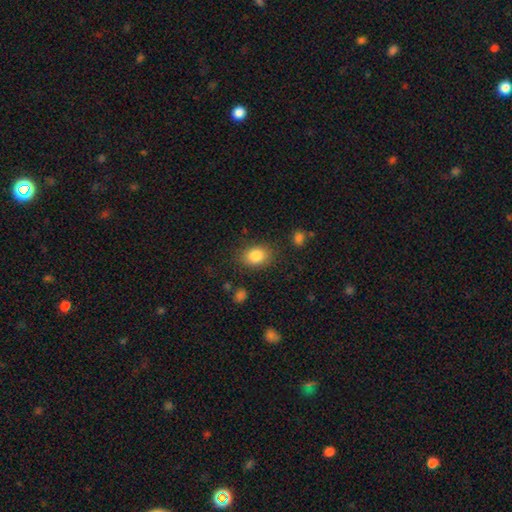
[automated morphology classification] type=smooth (84%); roundness=in between (63%); merging=none (82%).